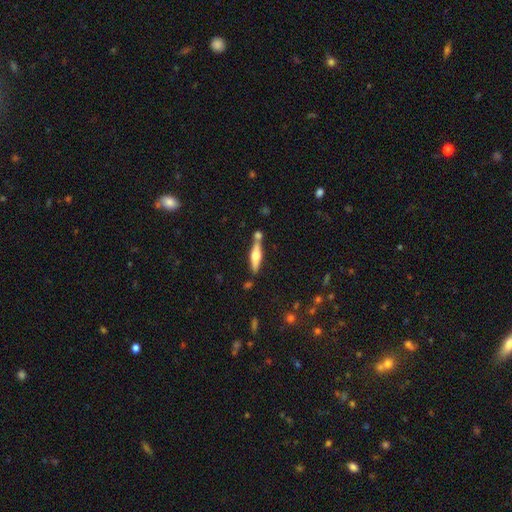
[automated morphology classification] A featured or disk galaxy (55%) viewed edge-on (94%) with a rounded central bulge (90%).

Vote fractions:
- Smooth or featured? featured or disk: 55% / smooth: 39% / star or artifact: 6%
- Edge-on disk? yes: 94% / no: 6%
- Edge-on bulge? rounded: 90% / boxy: 7% / none: 3%
- Merging? none: 68% / merger: 16% / minor disturbance: 13% / major disturbance: 3%